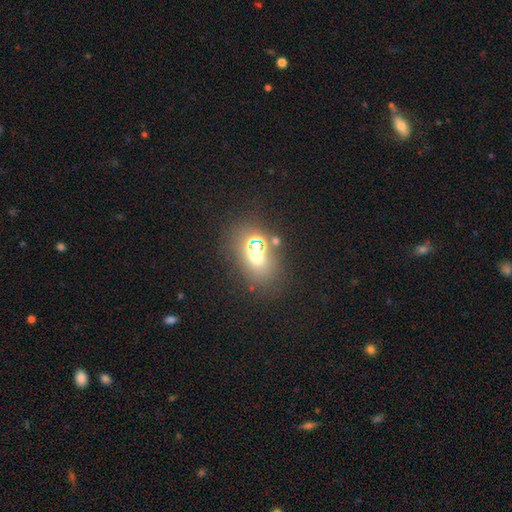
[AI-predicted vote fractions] This appears to be a smooth galaxy with no disk features (51%) that is in between round and cigar-shaped (49%, tied with round). Merging: none (59%).